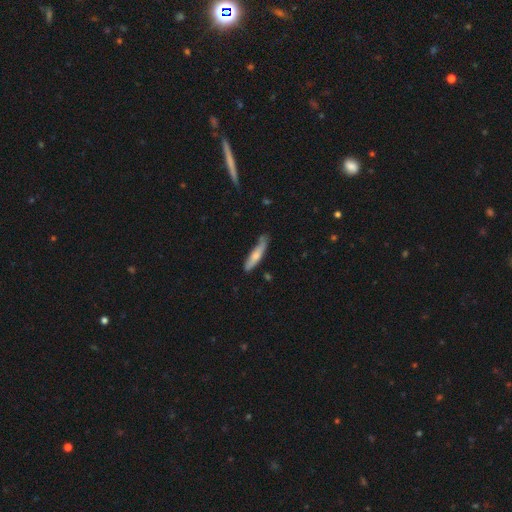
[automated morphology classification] The model was most divided on "merging": none: 65%, minor disturbance: 26%, major disturbance: 5%, merger: 4%. More confident: how rounded — cigar-shaped (83%); smooth or featured — smooth (67%).